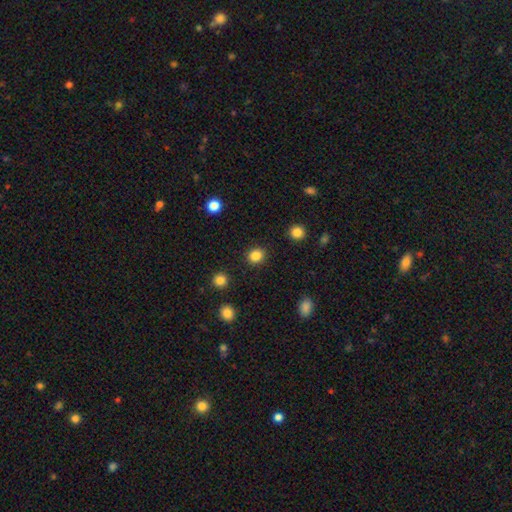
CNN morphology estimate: smooth_or_featured: smooth (p=0.85) [alt: star or artifact p=0.11]
how_rounded: round (p=0.81) [alt: in between p=0.18]
merging: none (p=0.90) [alt: minor disturbance p=0.06]